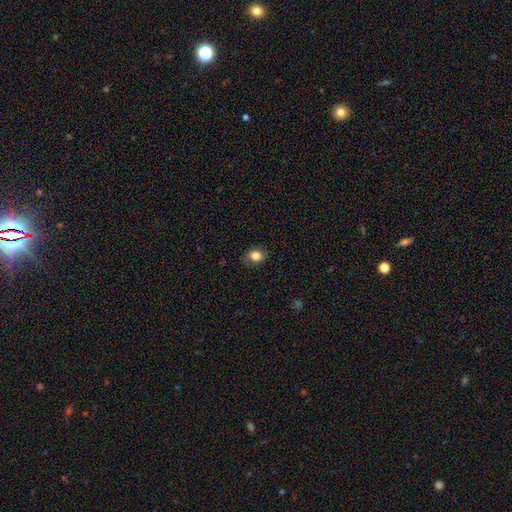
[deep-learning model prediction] smooth_or_featured: smooth (p=0.81) [alt: star or artifact p=0.10]
how_rounded: round (p=0.53) [alt: in between p=0.46]
merging: none (p=0.75) [alt: minor disturbance p=0.19]